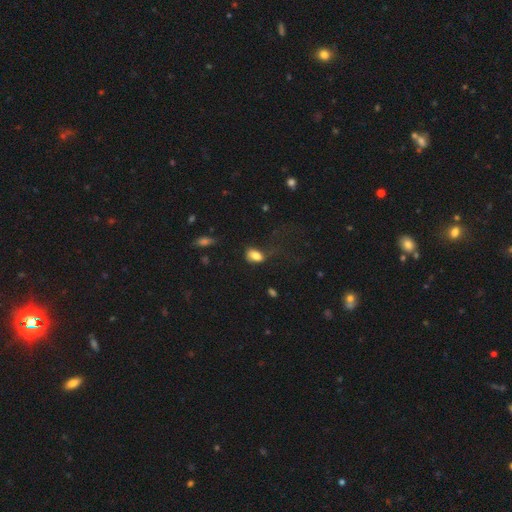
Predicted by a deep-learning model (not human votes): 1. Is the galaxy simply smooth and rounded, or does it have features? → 81% smooth, 10% featured or disk, 9% star or artifact.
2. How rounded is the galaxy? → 83% in between, 14% round, 2% cigar-shaped.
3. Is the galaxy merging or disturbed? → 40% none, 29% minor disturbance, 27% major disturbance, 4% merger.